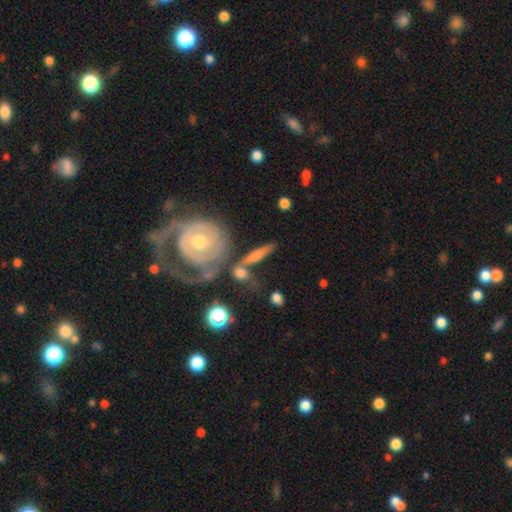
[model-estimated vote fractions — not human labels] The model was most divided on "smooth or featured": smooth: 51%, featured or disk: 41%, star or artifact: 8%. More confident: how rounded — cigar-shaped (65%); merging — none (53%).